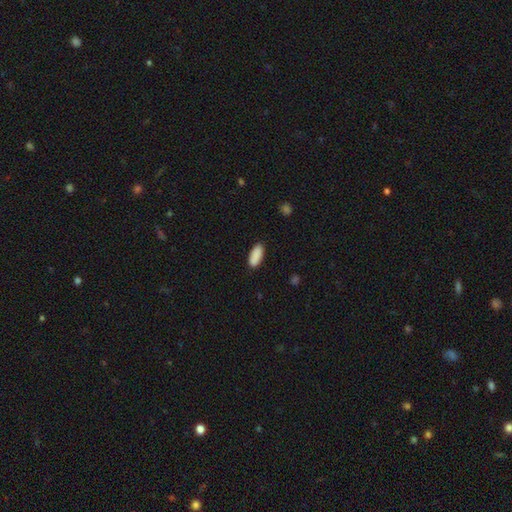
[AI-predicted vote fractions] smooth 90%, star or artifact 6%, featured or disk 4%. Down the decision tree: how rounded — in between (85%); merging — none (87%).